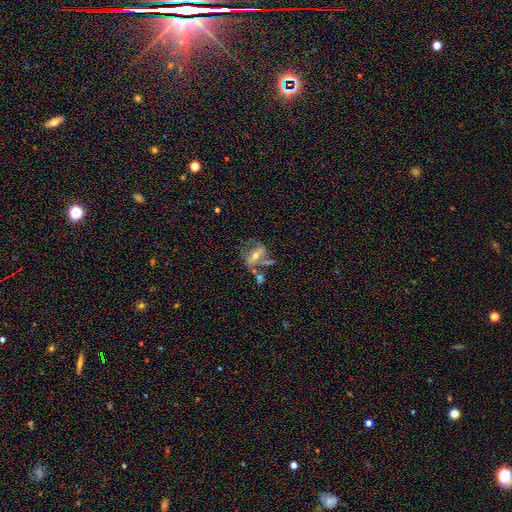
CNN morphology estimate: Smooth or featured?
  - featured or disk: 72% *
  - smooth: 16%
  - star or artifact: 12%
Edge-on disk?
  - no: 90% *
  - yes: 10%
Bar?
  - strong: 49% *
  - weak: 32%
  - no: 19%
Spiral arms?
  - yes: 76% *
  - no: 24%
Bulge size?
  - moderate: 56% *
  - small: 38%
  - large: 3%
  - none: 2%
  - dominant: 1%
Merging?
  - none: 43% *
  - merger: 22%
  - major disturbance: 17%
  - minor disturbance: 17%